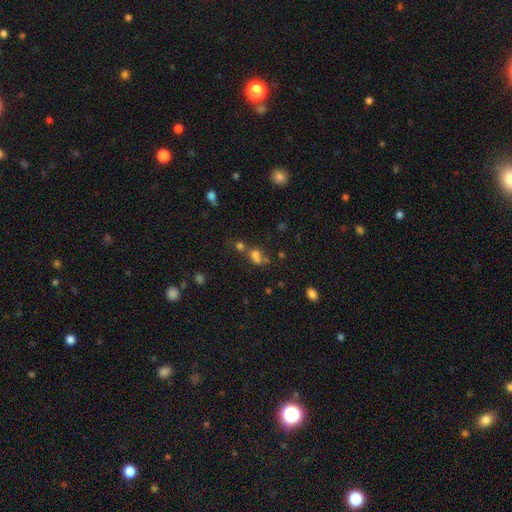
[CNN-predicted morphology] Q: Smooth or featured?
A: smooth (67%); runner-up: star or artifact (21%)
Q: How rounded?
A: round (54%); runner-up: in between (44%)
Q: Merging?
A: merger (49%); runner-up: none (33%)